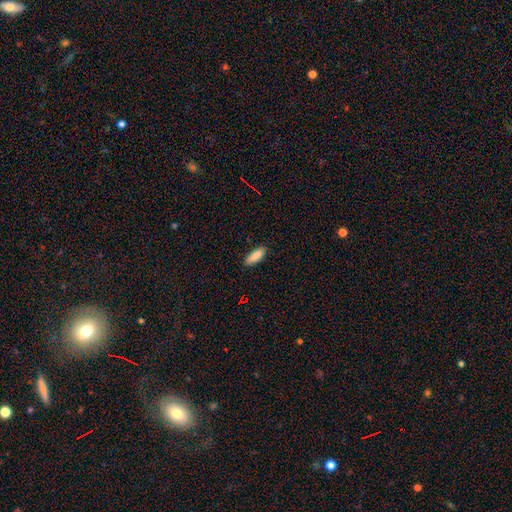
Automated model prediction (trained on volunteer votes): A smooth galaxy with no disk features (87%) that is in between round and cigar-shaped (69%). Merging: none (86%).